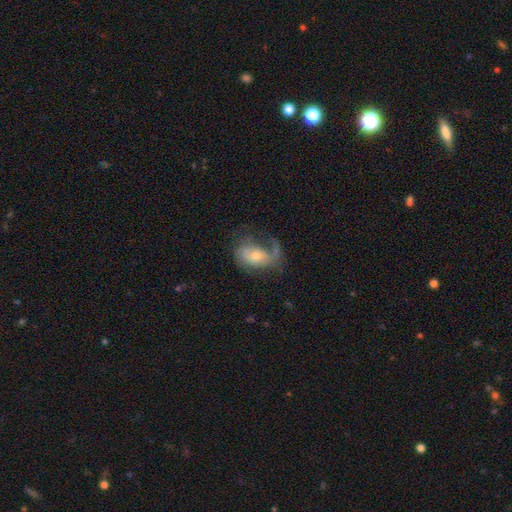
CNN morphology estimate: type=featured or disk (63%); edge-on=no (96%); bar=no (64%); spiral arms=yes (79%); bulge=moderate (51%); merging=major disturbance (41%).